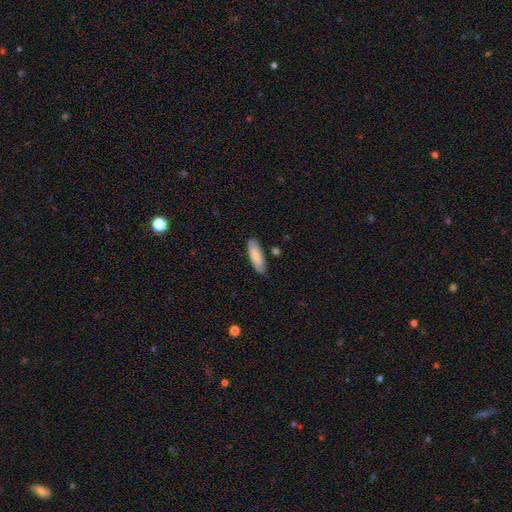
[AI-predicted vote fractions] This is likely a smooth galaxy (79%). How rounded: possibly in between (58%). Merging: clearly none (80%).